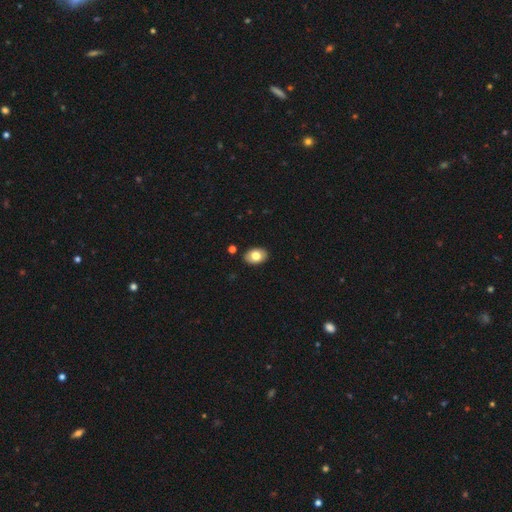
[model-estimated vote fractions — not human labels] Smooth or featured: smooth — 78% (featured or disk — 15%)
How rounded: in between — 85% (round — 14%)
Merging: none — 89% (minor disturbance — 8%)